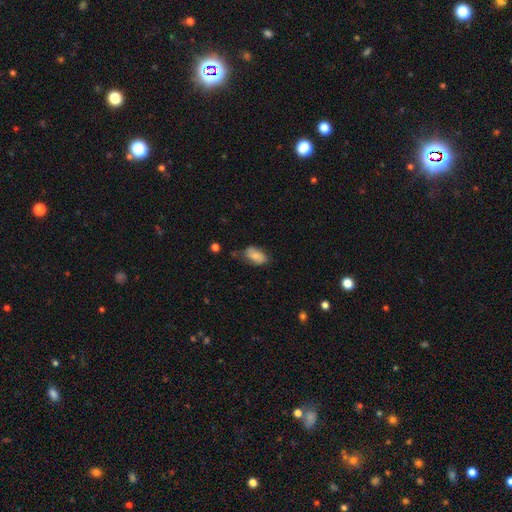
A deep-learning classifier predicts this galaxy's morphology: A smooth galaxy with no disk features (74%) that is in between round and cigar-shaped (92%).

Vote fractions:
- Smooth or featured? smooth: 74% / featured or disk: 19% / star or artifact: 7%
- How rounded? in between: 92% / round: 4% / cigar-shaped: 3%
- Merging? none: 61% / minor disturbance: 29% / major disturbance: 6% / merger: 3%